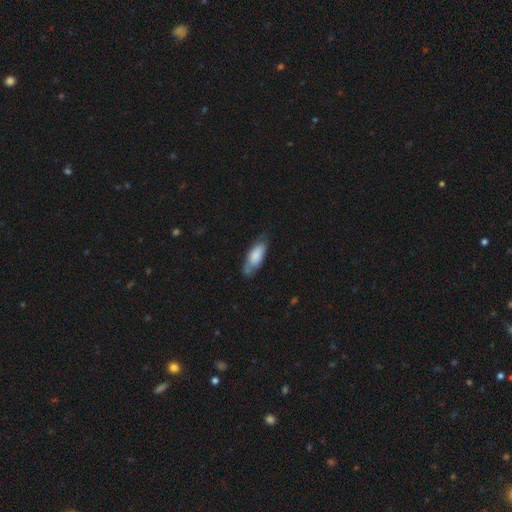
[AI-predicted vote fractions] The model was most divided on "merging": none: 58%, minor disturbance: 30%, major disturbance: 8%, merger: 3%. More confident: how rounded — in between (77%); smooth or featured — smooth (75%).